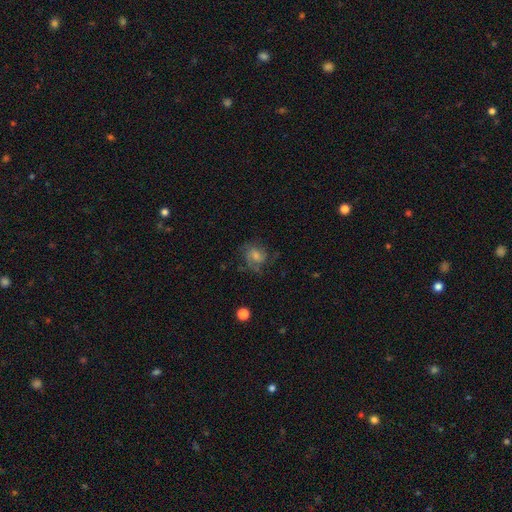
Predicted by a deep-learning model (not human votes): A featured or disk galaxy (57%) with no bar (56%), spiral arms (86%) and a moderate central bulge (43%). Merging: none (66%).